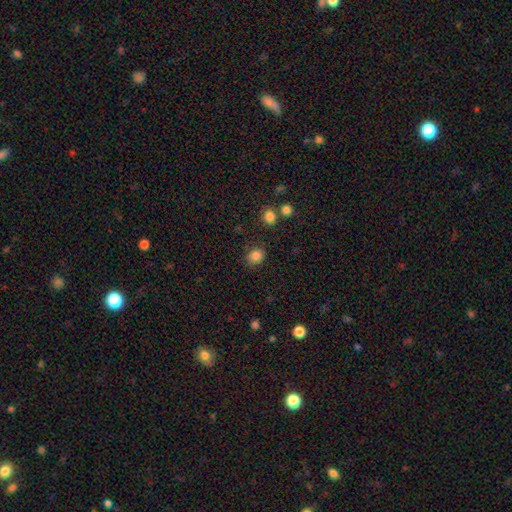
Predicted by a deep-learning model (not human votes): This is clearly a smooth galaxy (84%). How rounded: likely round (63%). Merging: clearly none (80%).